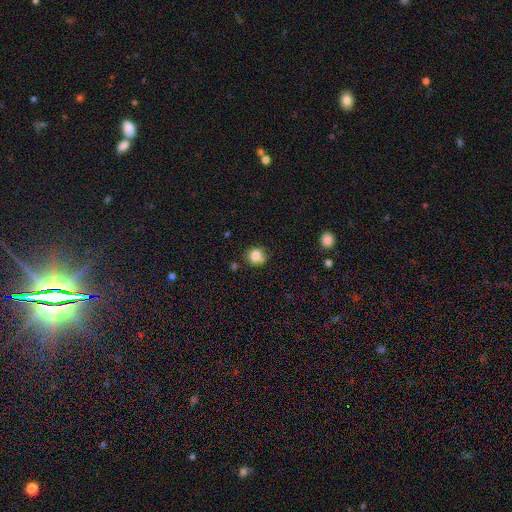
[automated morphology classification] smooth-or-featured: smooth: 78% | star or artifact: 11% | featured or disk: 10%
  how-rounded: round: 76% | in between: 23% | cigar-shaped: 1%
  merging: none: 62% | minor disturbance: 18% | merger: 15% | major disturbance: 5%